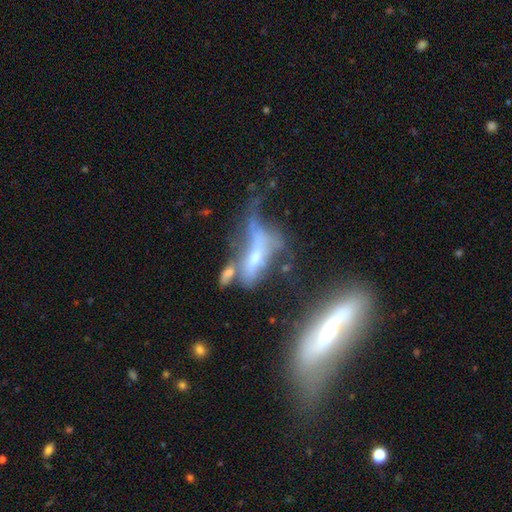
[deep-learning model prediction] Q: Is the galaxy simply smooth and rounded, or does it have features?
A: featured or disk — 58%.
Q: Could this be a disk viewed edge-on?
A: no — 58%.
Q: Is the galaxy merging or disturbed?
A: major disturbance — 34%.